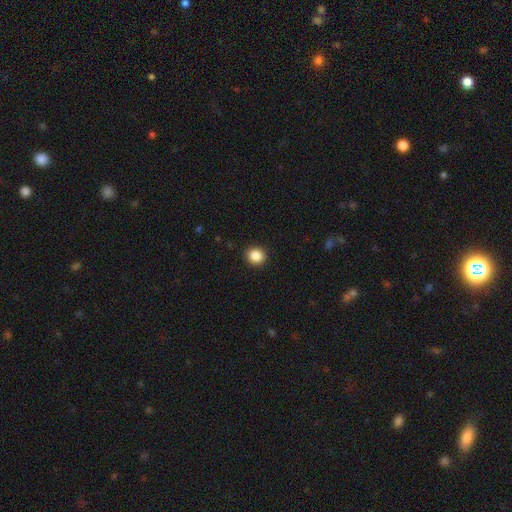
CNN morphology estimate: Smooth or featured?
  - smooth: 87% *
  - star or artifact: 10%
  - featured or disk: 3%
How rounded?
  - round: 84% *
  - in between: 15%
  - cigar-shaped: 1%
Merging?
  - none: 92% *
  - minor disturbance: 6%
  - major disturbance: 2%
  - merger: 1%